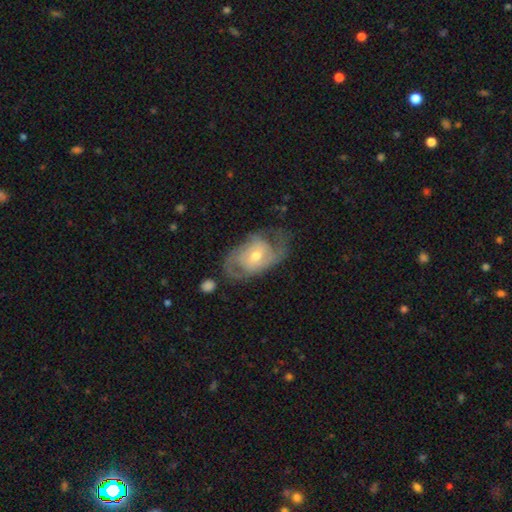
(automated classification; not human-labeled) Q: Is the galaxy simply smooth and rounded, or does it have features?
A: featured or disk — 79%.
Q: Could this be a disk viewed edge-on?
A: no — 96%.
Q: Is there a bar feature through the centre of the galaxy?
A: no — 52%.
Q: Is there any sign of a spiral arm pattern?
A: yes — 89%.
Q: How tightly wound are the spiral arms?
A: medium — 46%.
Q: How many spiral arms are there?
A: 2 — 68%.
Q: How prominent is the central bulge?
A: moderate — 57%.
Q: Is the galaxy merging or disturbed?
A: none — 61%.